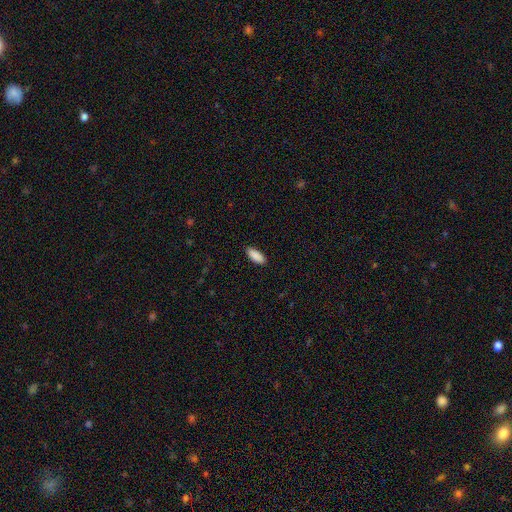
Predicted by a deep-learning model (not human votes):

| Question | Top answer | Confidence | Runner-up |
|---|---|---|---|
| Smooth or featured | smooth | 90% | star or artifact (6%) |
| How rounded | in between | 79% | cigar-shaped (19%) |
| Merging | none | 89% | minor disturbance (8%) |